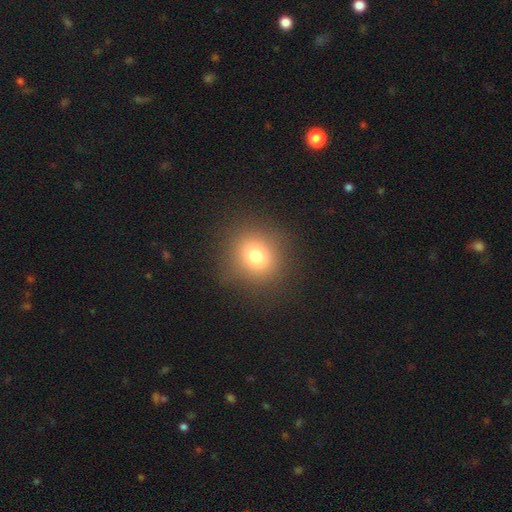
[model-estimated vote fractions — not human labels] This appears to be a smooth galaxy with no disk features (74%) that is round (87%). Merging: none (88%).